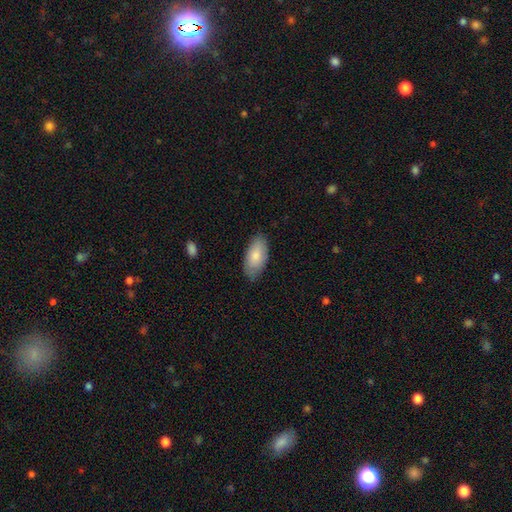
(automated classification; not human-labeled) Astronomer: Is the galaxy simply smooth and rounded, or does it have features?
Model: smooth — 83%.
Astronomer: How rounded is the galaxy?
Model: in between — 93%.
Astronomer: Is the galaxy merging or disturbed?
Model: none — 80%.